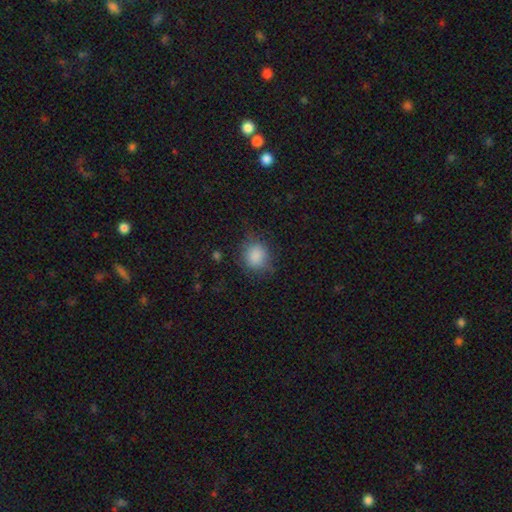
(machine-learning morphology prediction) Q: Smooth or featured?
A: smooth (85%); runner-up: star or artifact (9%)
Q: How rounded?
A: round (77%); runner-up: in between (22%)
Q: Merging?
A: none (68%); runner-up: minor disturbance (22%)